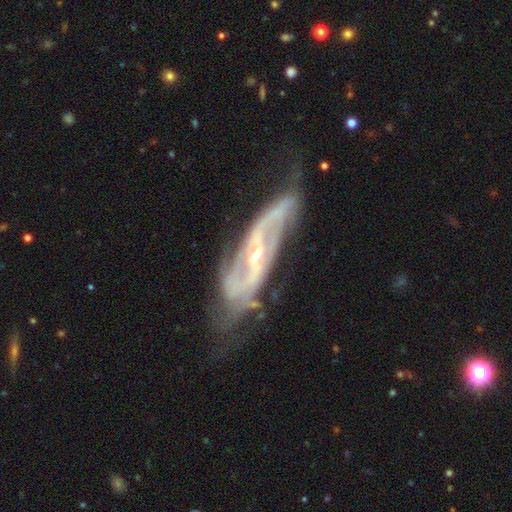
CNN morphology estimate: A featured or disk galaxy (89%) with a strong bar (38%), 2 (70%) medium (45%) spiral arms (95%) and a small central bulge (73%).

Vote fractions:
- Smooth or featured? featured or disk: 89% / star or artifact: 6% / smooth: 6%
- Edge-on disk? no: 85% / yes: 15%
- Bar? strong: 38% / weak: 35% / no: 27%
- Spiral arms? yes: 95% / no: 5%
- Spiral winding? medium: 45% / tight: 30% / loose: 25%
- Spiral arm count? 2: 70% / can't tell: 14% / 3: 7% / 1: 3% / 4: 3% / more than 4: 3%
- Bulge size? small: 73% / moderate: 24% / none: 2% / large: 1% / dominant: 1%
- Merging? none: 58% / minor disturbance: 25% / major disturbance: 14% / merger: 3%